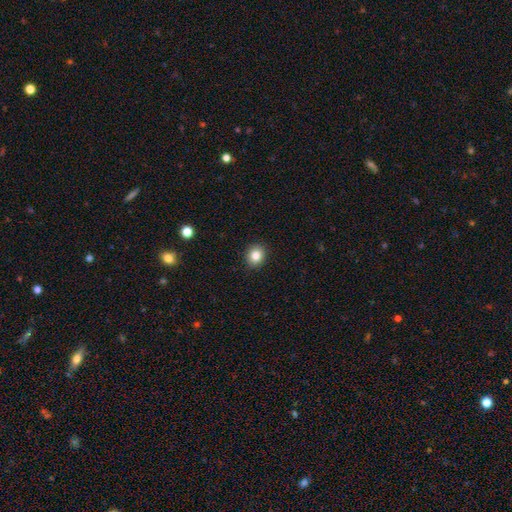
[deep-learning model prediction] smooth_or_featured: smooth (p=0.83) [alt: star or artifact p=0.10]
how_rounded: round (p=0.75) [alt: in between p=0.24]
merging: none (p=0.91) [alt: minor disturbance p=0.06]